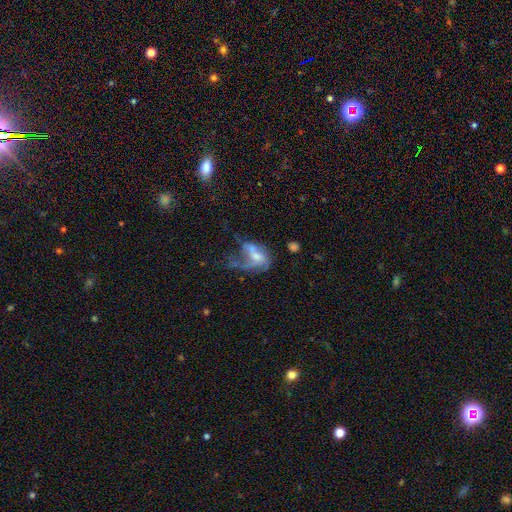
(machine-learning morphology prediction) smooth_or_featured: featured or disk (p=0.62) [alt: smooth p=0.28]
disk_edge_on: no (p=0.96) [alt: yes p=0.04]
bar: no (p=0.59) [alt: weak p=0.32]
has_spiral_arms: yes (p=0.61) [alt: no p=0.39]
bulge_size: moderate (p=0.42) [alt: small p=0.37]
merging: major disturbance (p=0.50) [alt: none p=0.21]